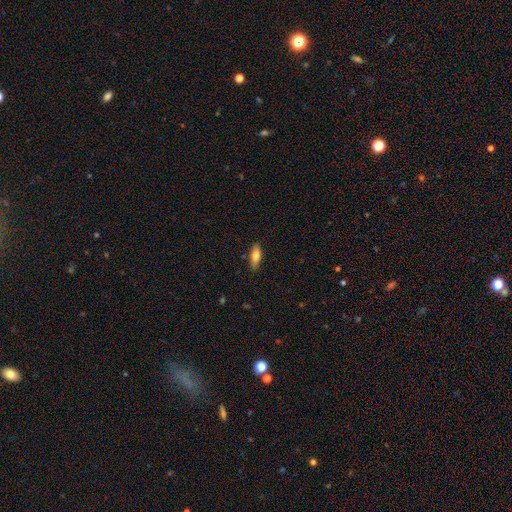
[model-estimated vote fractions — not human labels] Smooth or featured: smooth — 69% (featured or disk — 25%)
How rounded: in between — 62% (cigar-shaped — 36%)
Merging: none — 87% (minor disturbance — 10%)